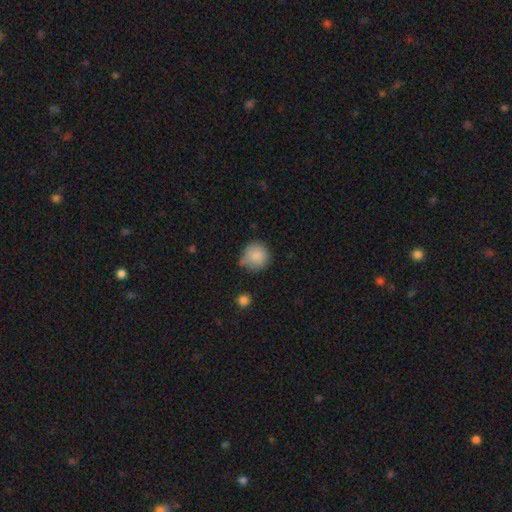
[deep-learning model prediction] Smooth or featured? smooth (86%)
How rounded? round (91%)
Merging? none (60%)